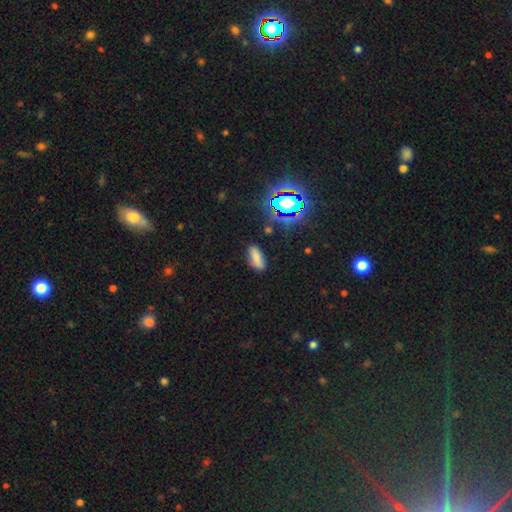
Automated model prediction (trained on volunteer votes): Smooth or featured? Predicted: smooth (p=0.75). How rounded? Predicted: in between (p=0.75). Merging? Predicted: none (p=0.80).